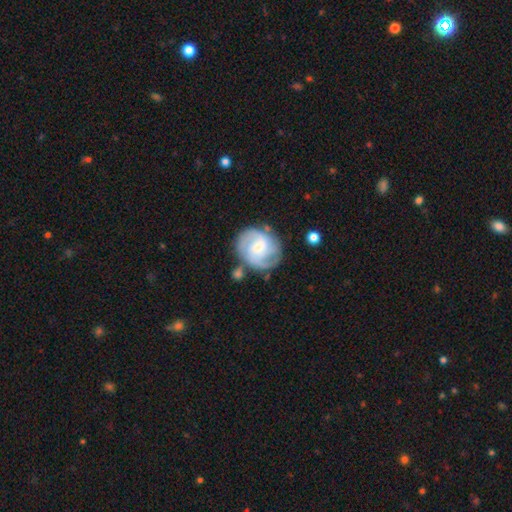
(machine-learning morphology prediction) type=featured or disk (76%); edge-on=no (98%); bar=no (46%); spiral arms=yes (93%); winding=medium (47%); arm count=2 (59%); bulge=small (60%); merging=none (65%).